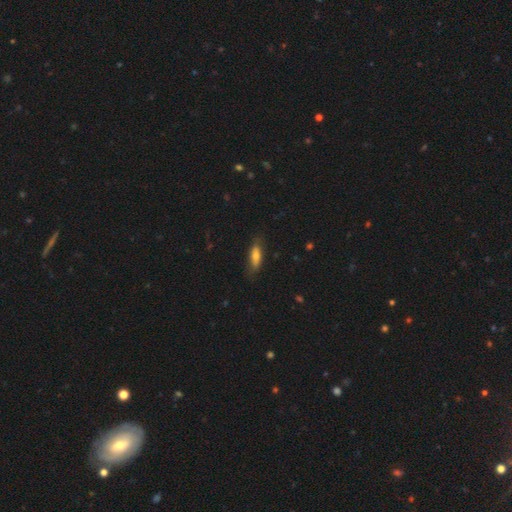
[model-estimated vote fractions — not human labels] This appears to be a smooth galaxy with no disk features (68%) that is in between round and cigar-shaped (53%). Merging: none (75%).